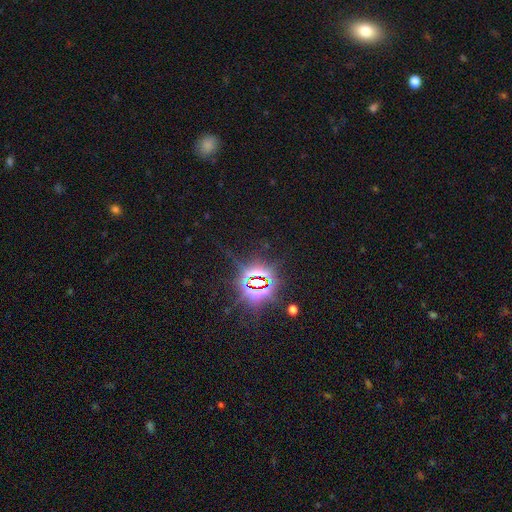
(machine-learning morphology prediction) The model was most divided on "smooth or featured": star or artifact: 82%, smooth: 12%, featured or disk: 6%.